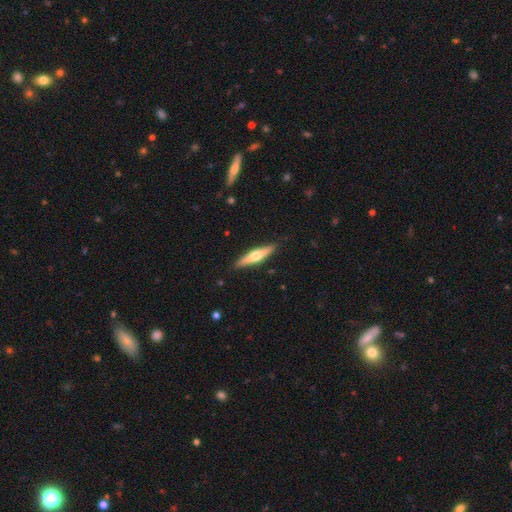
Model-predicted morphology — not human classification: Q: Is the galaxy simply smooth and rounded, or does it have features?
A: featured or disk — 55%.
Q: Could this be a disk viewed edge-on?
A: yes — 95%.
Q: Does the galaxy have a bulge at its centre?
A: rounded — 93%.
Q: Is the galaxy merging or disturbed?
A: none — 90%.